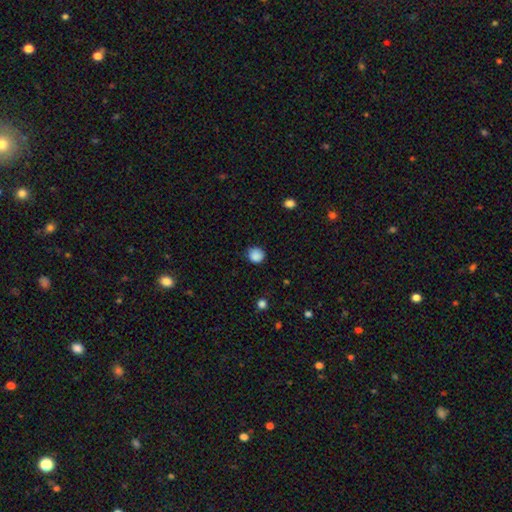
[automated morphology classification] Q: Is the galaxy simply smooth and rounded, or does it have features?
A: smooth — 87%.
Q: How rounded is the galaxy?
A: round — 87%.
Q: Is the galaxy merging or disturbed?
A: none — 74%.